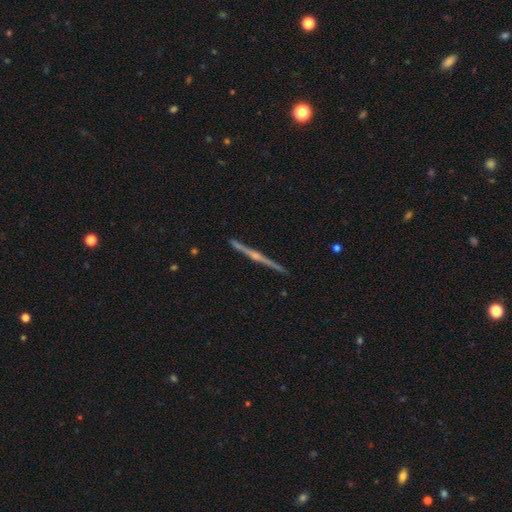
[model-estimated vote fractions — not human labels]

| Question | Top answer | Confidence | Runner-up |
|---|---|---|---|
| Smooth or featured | featured or disk | 85% | smooth (10%) |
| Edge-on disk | yes | 99% | no (1%) |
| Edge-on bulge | rounded | 80% | none (12%) |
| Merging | none | 92% | minor disturbance (6%) |